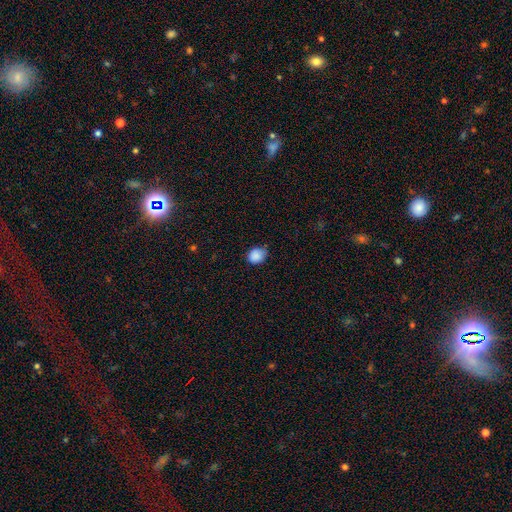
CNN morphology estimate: Smooth or featured: smooth — 87% (star or artifact — 9%)
How rounded: round — 62% (in between — 37%)
Merging: none — 60% (minor disturbance — 33%)